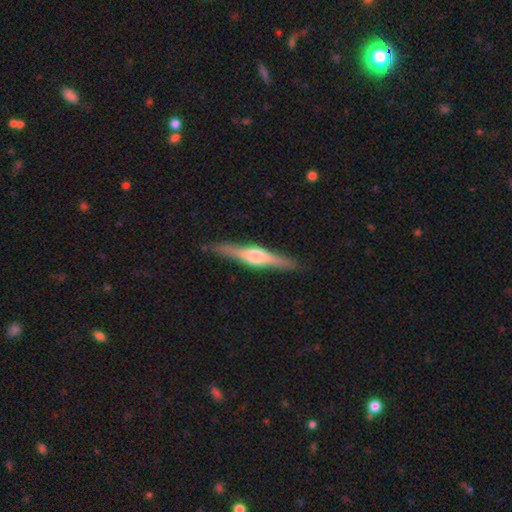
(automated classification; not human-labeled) featured or disk 75%, smooth 20%, star or artifact 5%. Down the decision tree: edge-on disk — yes (98%); edge-on bulge — rounded (82%); merging — none (89%).